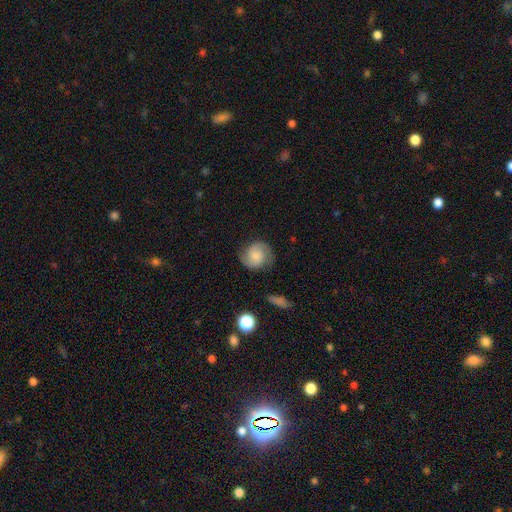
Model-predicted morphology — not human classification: Smooth or featured?
  - featured or disk: 57% *
  - smooth: 35%
  - star or artifact: 8%
Edge-on disk?
  - no: 98% *
  - yes: 2%
Bar?
  - no: 61% *
  - weak: 33%
  - strong: 6%
Spiral arms?
  - yes: 93% *
  - no: 7%
Spiral winding?
  - medium: 47% *
  - tight: 35%
  - loose: 18%
Spiral arm count?
  - 2: 87% *
  - can't tell: 6%
  - 1: 3%
  - 3: 2%
  - 4: 1%
  - more than 4: 1%
Bulge size?
  - small: 31% *
  - moderate: 28%
  - none: 26%
  - large: 12%
  - dominant: 3%
Merging?
  - none: 77% *
  - minor disturbance: 16%
  - major disturbance: 6%
  - merger: 2%